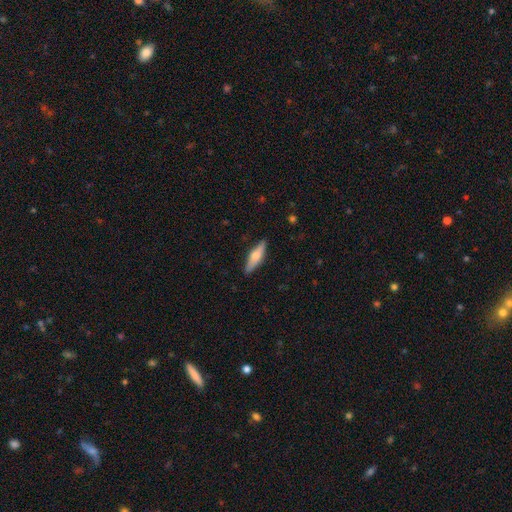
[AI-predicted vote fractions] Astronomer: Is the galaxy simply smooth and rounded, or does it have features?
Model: smooth — 52% (runner-up: featured or disk, 42%).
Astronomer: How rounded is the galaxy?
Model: cigar-shaped — 62%.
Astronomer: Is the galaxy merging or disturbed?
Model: none — 88%.